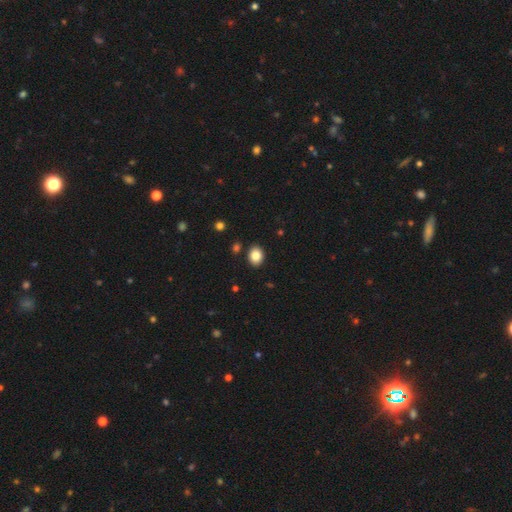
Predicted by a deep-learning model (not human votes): Smooth or featured?
  - smooth: 85% *
  - star or artifact: 9%
  - featured or disk: 7%
How rounded?
  - in between: 57% *
  - round: 42%
  - cigar-shaped: 1%
Merging?
  - none: 88% *
  - minor disturbance: 7%
  - merger: 2%
  - major disturbance: 2%